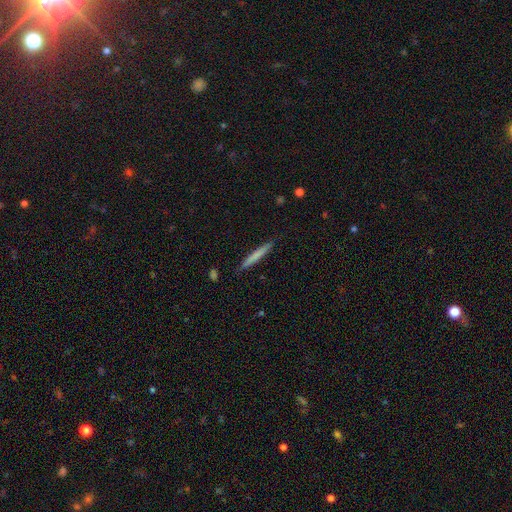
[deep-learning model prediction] smooth 70%, featured or disk 24%, star or artifact 6%. Down the decision tree: how rounded — cigar-shaped (96%); merging — none (89%).